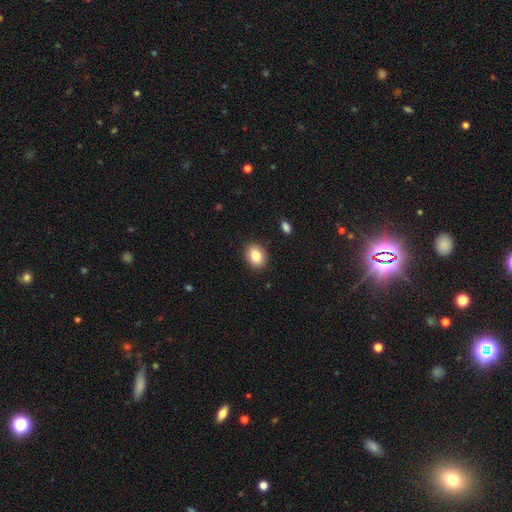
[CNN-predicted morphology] This is clearly a smooth galaxy (84%). How rounded: possibly in between (59%). Merging: clearly none (90%).